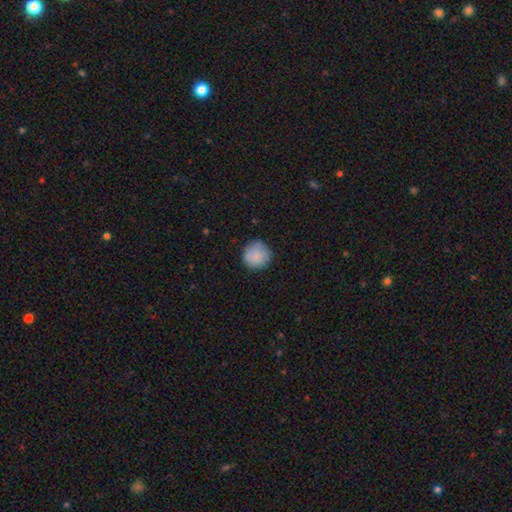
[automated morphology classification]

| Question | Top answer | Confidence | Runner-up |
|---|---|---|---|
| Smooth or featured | smooth | 87% | star or artifact (7%) |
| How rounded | round | 94% | in between (5%) |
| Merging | none | 84% | minor disturbance (12%) |